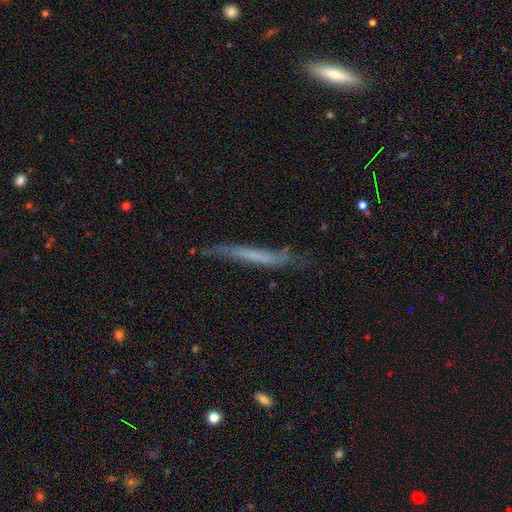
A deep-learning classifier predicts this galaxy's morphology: Q: Smooth or featured?
A: featured or disk (47%); runner-up: smooth (45%)
Q: Merging?
A: none (62%); runner-up: minor disturbance (27%)